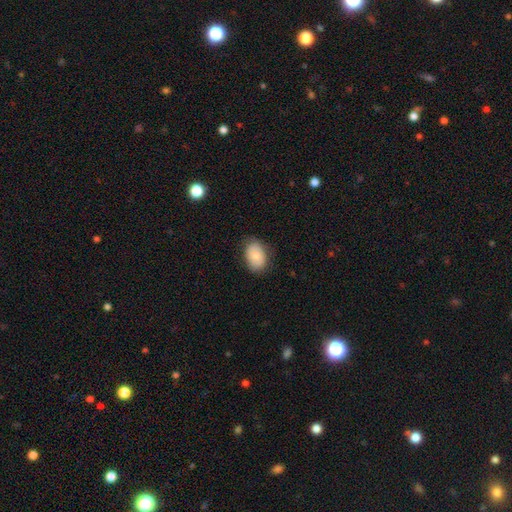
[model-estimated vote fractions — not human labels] Q: Smooth or featured?
A: smooth (78%); runner-up: featured or disk (15%)
Q: How rounded?
A: in between (80%); runner-up: round (19%)
Q: Merging?
A: none (78%); runner-up: minor disturbance (17%)